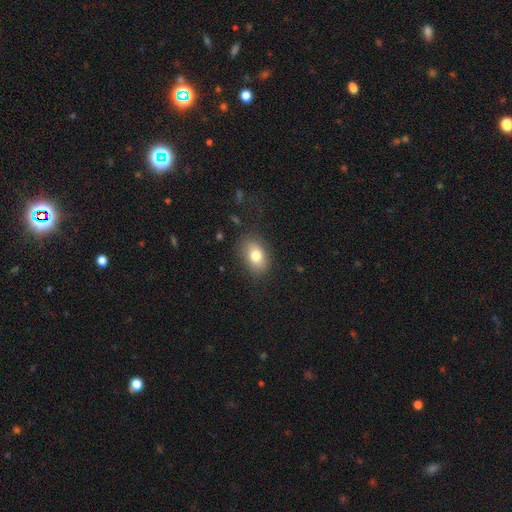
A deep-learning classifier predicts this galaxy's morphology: This appears to be a smooth galaxy with no disk features (78%) that is in between round and cigar-shaped (81%). Merging: none (79%).